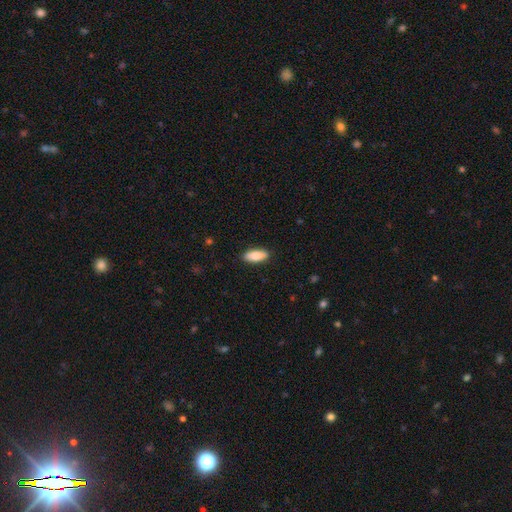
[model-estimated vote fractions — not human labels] This is clearly a smooth galaxy (87%). How rounded: likely in between (79%). Merging: clearly none (89%).